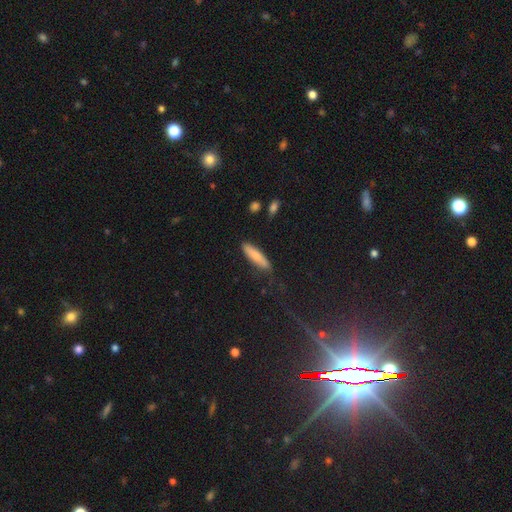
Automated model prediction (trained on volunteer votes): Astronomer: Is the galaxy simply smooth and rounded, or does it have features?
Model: smooth — 78%.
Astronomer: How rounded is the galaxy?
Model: cigar-shaped — 75%.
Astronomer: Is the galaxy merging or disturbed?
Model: none — 75%.